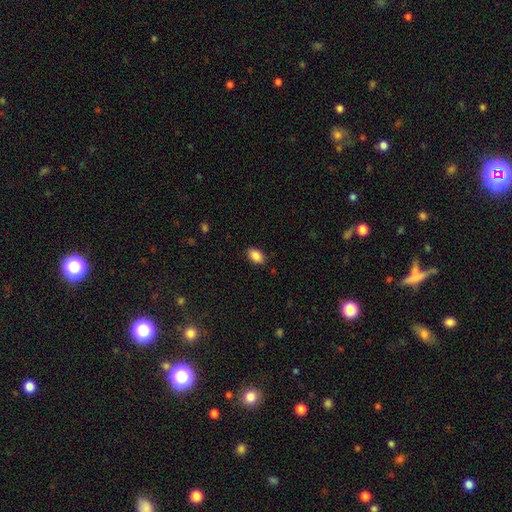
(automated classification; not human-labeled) Smooth or featured? Predicted: smooth (p=0.88). How rounded? Predicted: in between (p=0.90). Merging? Predicted: none (p=0.87).